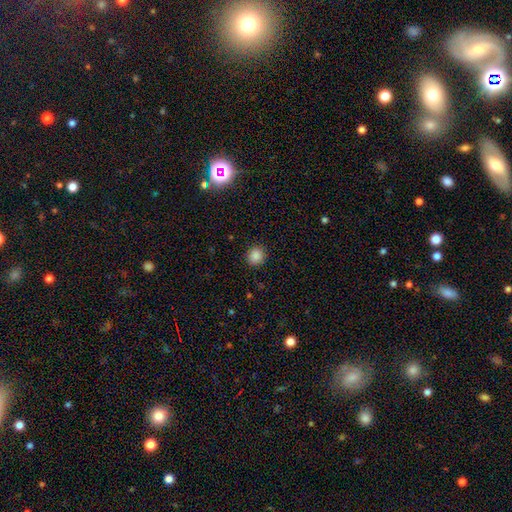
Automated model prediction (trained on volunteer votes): Smooth or featured?
  - smooth: 86% *
  - star or artifact: 11%
  - featured or disk: 3%
How rounded?
  - round: 90% *
  - in between: 9%
  - cigar-shaped: 1%
Merging?
  - none: 90% *
  - minor disturbance: 7%
  - major disturbance: 2%
  - merger: 1%